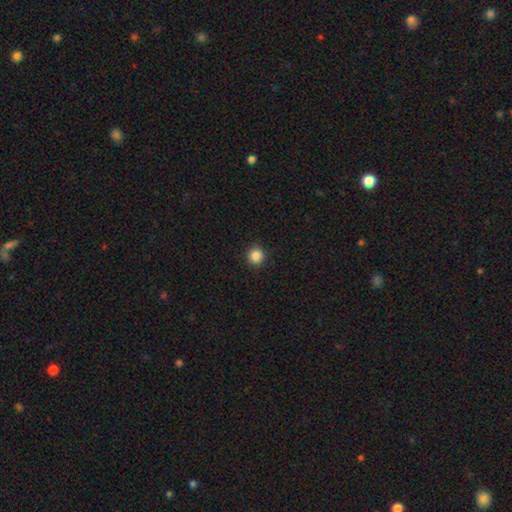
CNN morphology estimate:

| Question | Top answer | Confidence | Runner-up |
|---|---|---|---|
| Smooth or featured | smooth | 86% | star or artifact (11%) |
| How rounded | round | 95% | in between (4%) |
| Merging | none | 92% | minor disturbance (5%) |